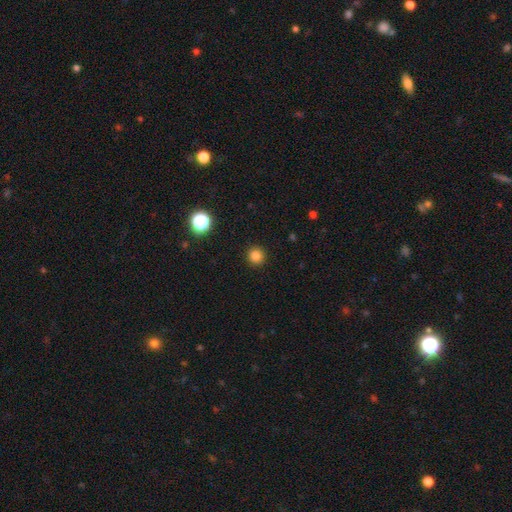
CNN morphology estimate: Smooth or featured? Predicted: smooth (p=0.83). How rounded? Predicted: round (p=0.93). Merging? Predicted: none (p=0.92).